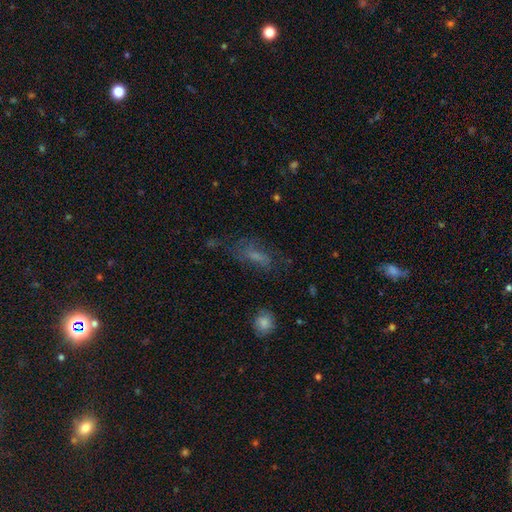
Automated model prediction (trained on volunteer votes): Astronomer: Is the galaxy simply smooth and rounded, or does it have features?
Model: smooth — 48% (runner-up: featured or disk, 33%).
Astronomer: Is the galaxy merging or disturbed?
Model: none — 55%.